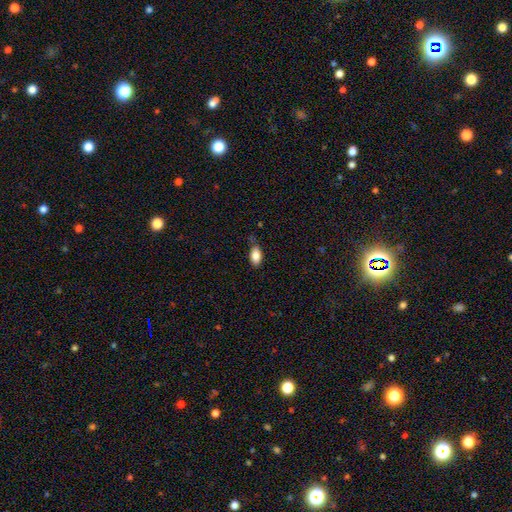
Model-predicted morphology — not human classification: A smooth galaxy with no disk features (84%) that is in between round and cigar-shaped (91%). Merging: none (66%).